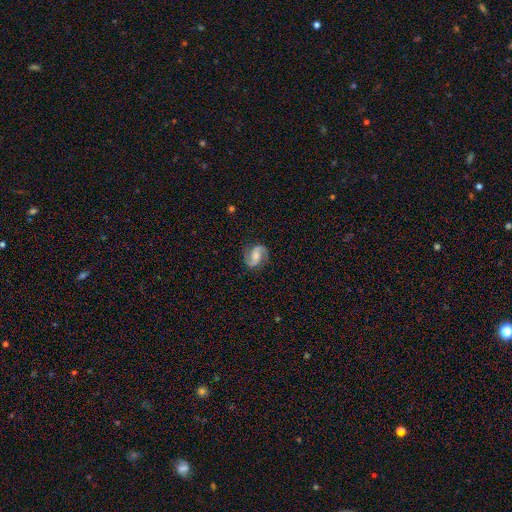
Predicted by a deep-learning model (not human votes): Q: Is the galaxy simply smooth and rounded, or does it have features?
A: featured or disk — 88%.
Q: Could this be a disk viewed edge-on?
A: no — 98%.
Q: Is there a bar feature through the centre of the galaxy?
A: no — 47%.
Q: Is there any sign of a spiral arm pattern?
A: yes — 98%.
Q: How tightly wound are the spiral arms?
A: medium — 53%.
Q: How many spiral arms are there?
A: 2 — 94%.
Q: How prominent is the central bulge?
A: moderate — 51%.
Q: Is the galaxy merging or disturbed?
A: none — 84%.